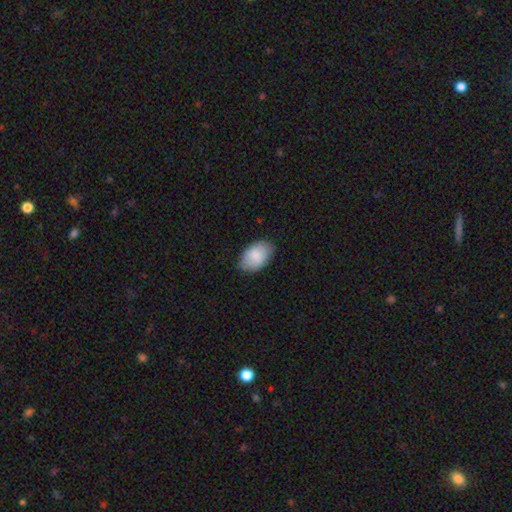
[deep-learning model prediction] The model was most divided on "merging": none: 81%, minor disturbance: 16%, major disturbance: 3%, merger: 1%. More confident: how rounded — in between (93%); smooth or featured — smooth (84%).